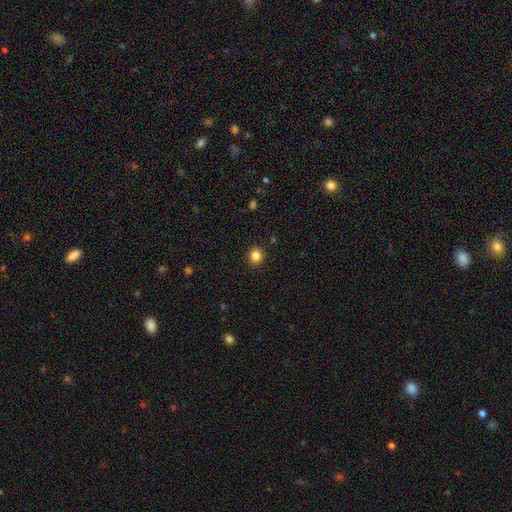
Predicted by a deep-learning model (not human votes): Q: Smooth or featured?
A: smooth (85%); runner-up: star or artifact (11%)
Q: How rounded?
A: round (84%); runner-up: in between (15%)
Q: Merging?
A: none (92%); runner-up: minor disturbance (5%)